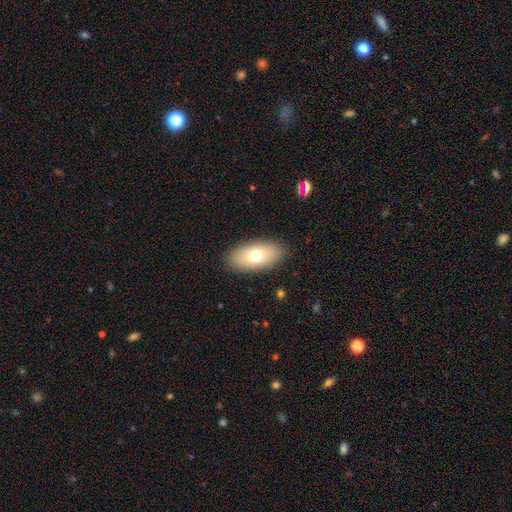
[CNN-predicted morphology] Smooth or featured? Predicted: smooth (p=0.70). How rounded? Predicted: in between (p=0.91). Merging? Predicted: none (p=0.88).